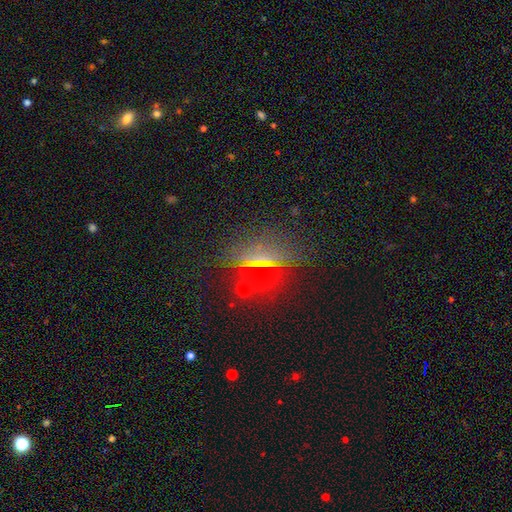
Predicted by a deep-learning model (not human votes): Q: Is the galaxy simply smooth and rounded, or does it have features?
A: featured or disk — 39%.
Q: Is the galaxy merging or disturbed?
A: none — 64%.